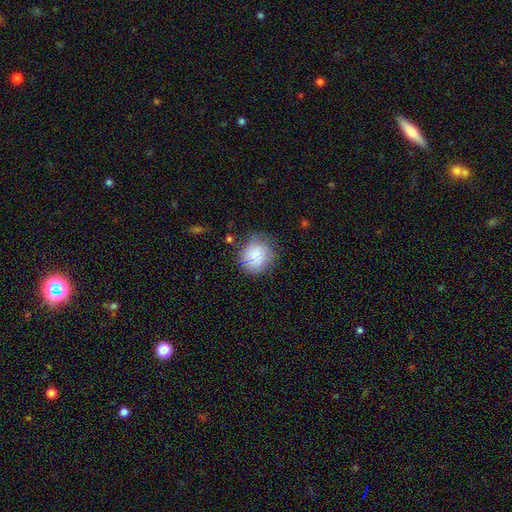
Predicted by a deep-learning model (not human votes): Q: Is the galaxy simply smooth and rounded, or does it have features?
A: smooth — 71%.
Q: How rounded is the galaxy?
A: round — 85%.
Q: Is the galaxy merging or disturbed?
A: none — 74%.